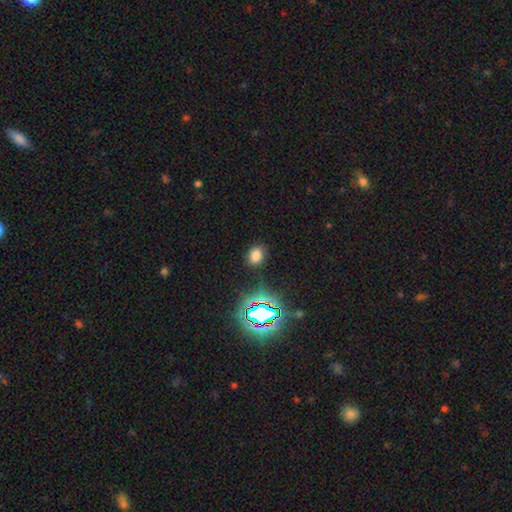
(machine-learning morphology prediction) smooth-or-featured: smooth: 73% | star or artifact: 21% | featured or disk: 6%
  how-rounded: in between: 66% | round: 33% | cigar-shaped: 1%
  merging: none: 85% | minor disturbance: 10% | major disturbance: 3% | merger: 2%